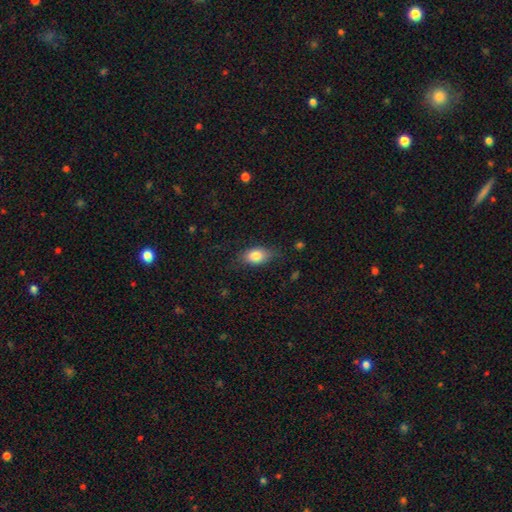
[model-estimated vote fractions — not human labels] Smooth or featured? smooth (82%)
How rounded? in between (85%)
Merging? none (73%)